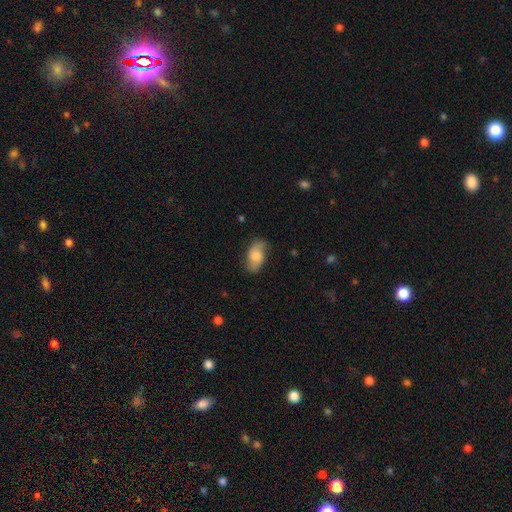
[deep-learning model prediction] smooth 62%, featured or disk 30%, star or artifact 8%. Down the decision tree: how rounded — in between (91%); merging — none (72%).